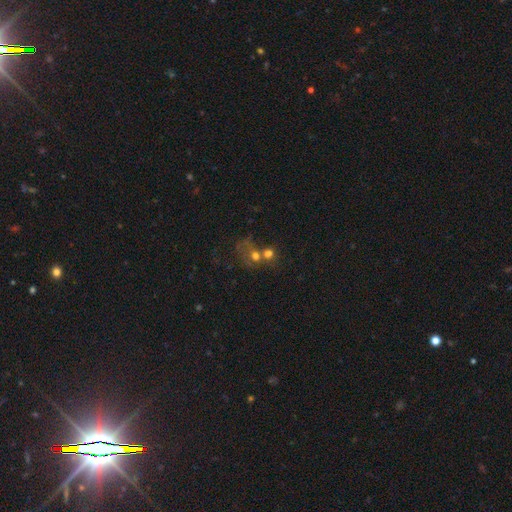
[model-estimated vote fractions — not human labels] A smooth galaxy with no disk features (59%) that is round (72%). Merging: merger (53%).